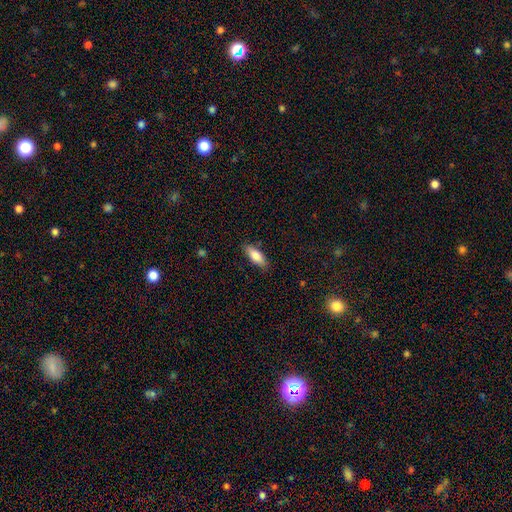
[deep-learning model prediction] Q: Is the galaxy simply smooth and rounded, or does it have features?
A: smooth — 82%.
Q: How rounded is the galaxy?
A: in between — 72%.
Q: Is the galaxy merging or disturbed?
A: none — 84%.